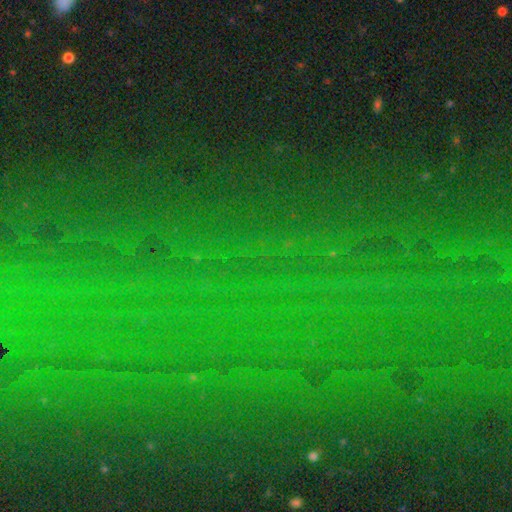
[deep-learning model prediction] This is clearly a star or artifact rather than a galaxy (81%).